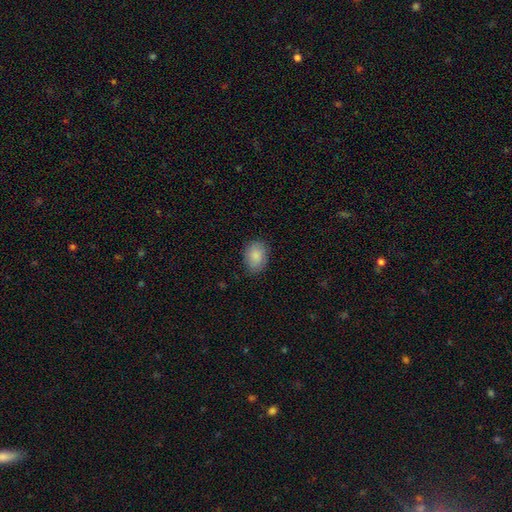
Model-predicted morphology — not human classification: The model was most divided on "how rounded": in between: 77%, round: 22%, cigar-shaped: 1%. More confident: smooth or featured — smooth (87%); merging — none (82%).